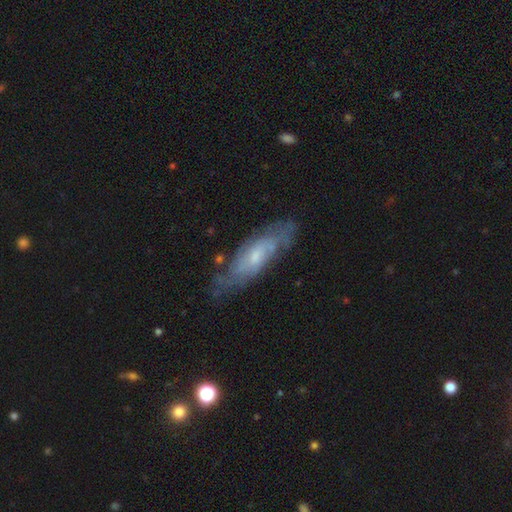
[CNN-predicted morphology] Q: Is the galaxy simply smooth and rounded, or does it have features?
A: featured or disk — 66%.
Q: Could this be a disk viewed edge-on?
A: no — 77%.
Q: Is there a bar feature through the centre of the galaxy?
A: no — 62%.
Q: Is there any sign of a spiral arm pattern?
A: yes — 81%.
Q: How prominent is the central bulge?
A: small — 52%.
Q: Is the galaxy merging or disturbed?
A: none — 69%.